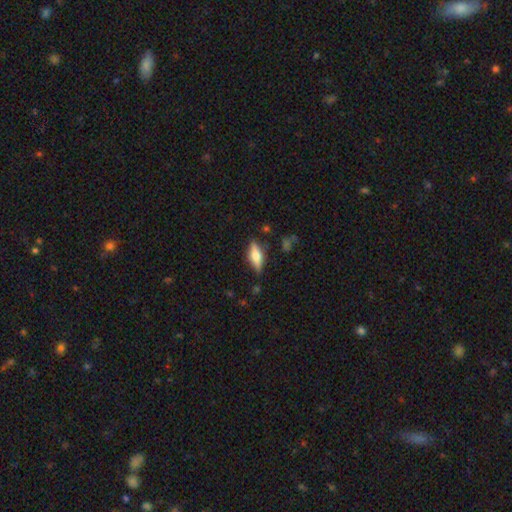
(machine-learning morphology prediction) Smooth or featured?
  - smooth: 50% *
  - featured or disk: 43%
  - star or artifact: 7%
Merging?
  - none: 78% *
  - minor disturbance: 15%
  - major disturbance: 4%
  - merger: 2%